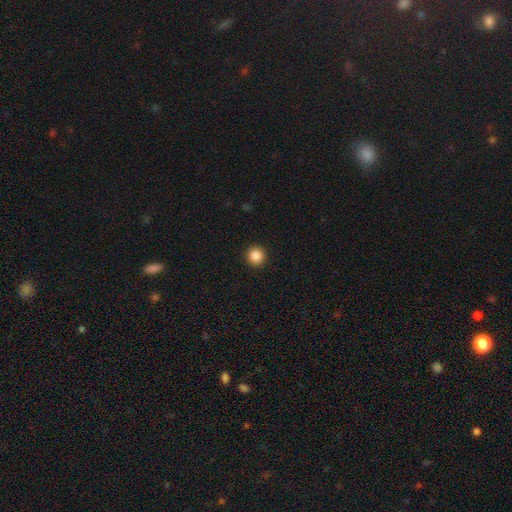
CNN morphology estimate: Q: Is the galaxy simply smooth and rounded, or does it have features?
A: smooth — 87%.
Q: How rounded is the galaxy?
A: round — 96%.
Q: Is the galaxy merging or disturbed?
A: none — 93%.